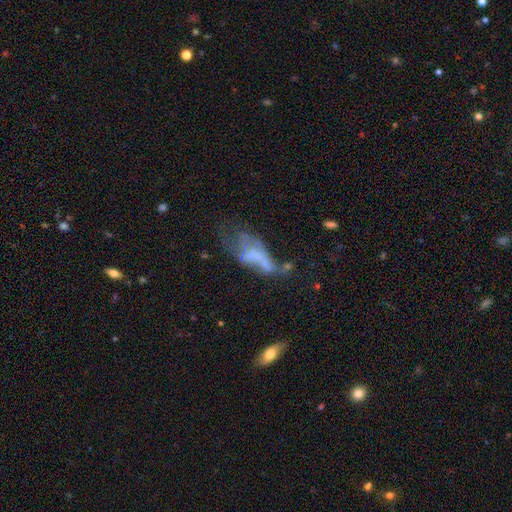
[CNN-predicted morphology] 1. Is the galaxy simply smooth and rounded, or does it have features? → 46% featured or disk, 38% smooth, 16% star or artifact.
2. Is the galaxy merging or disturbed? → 42% major disturbance, 23% none, 19% minor disturbance, 16% merger.